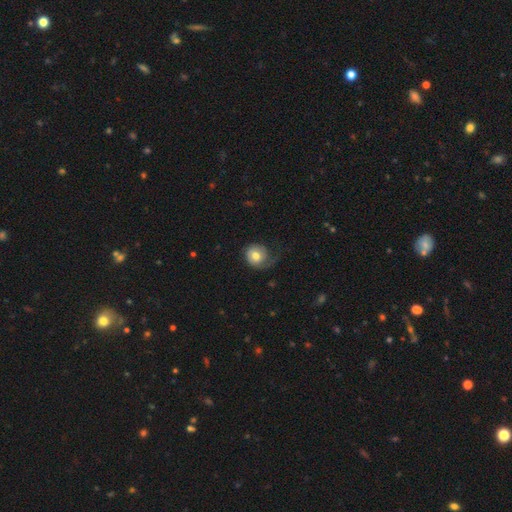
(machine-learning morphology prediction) Smooth or featured: smooth — 57% (featured or disk — 36%)
How rounded: round — 80% (in between — 19%)
Merging: none — 45% (major disturbance — 29%)